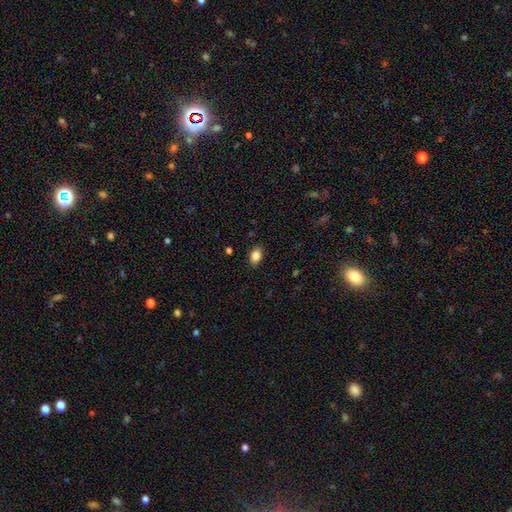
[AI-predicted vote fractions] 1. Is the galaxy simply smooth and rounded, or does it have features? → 86% smooth, 9% star or artifact, 6% featured or disk.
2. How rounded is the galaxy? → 82% in between, 16% round, 1% cigar-shaped.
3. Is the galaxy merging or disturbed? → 87% none, 9% minor disturbance, 2% major disturbance, 1% merger.